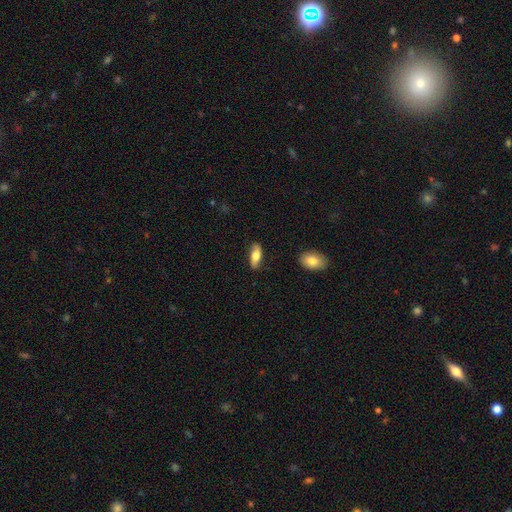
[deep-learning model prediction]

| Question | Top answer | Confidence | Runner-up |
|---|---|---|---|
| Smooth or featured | smooth | 68% | featured or disk (26%) |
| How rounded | in between | 75% | cigar-shaped (22%) |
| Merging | none | 81% | minor disturbance (15%) |